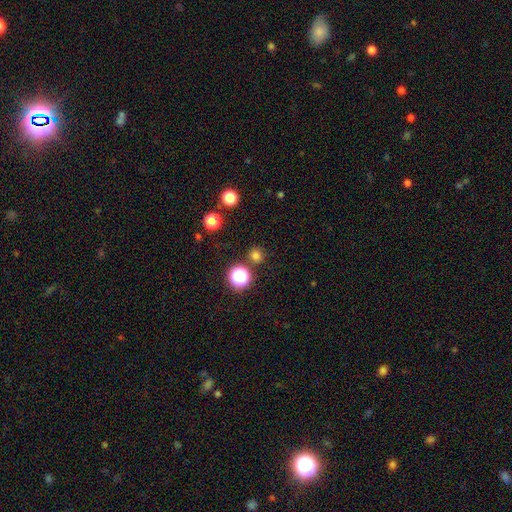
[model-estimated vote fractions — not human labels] Q: Smooth or featured?
A: smooth (74%); runner-up: star or artifact (21%)
Q: How rounded?
A: round (92%); runner-up: in between (7%)
Q: Merging?
A: none (86%); runner-up: minor disturbance (7%)